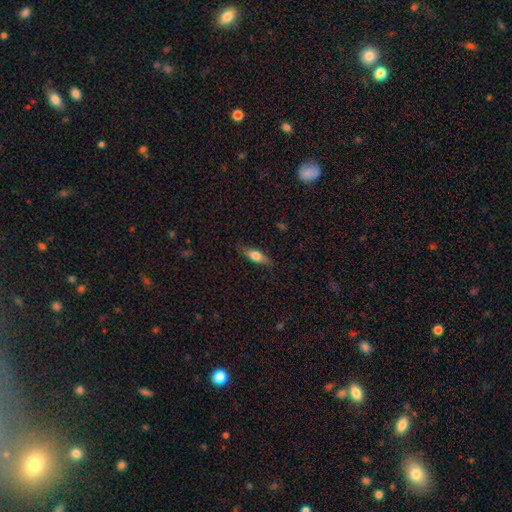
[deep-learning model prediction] A smooth galaxy with no disk features (69%) that is in between round and cigar-shaped (57%). Merging: none (78%).